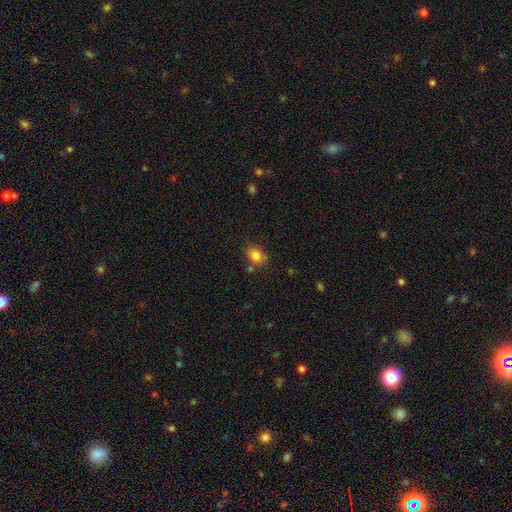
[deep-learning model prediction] Morphology: type=smooth (83%); roundness=in between (61%); merging=none (74%).